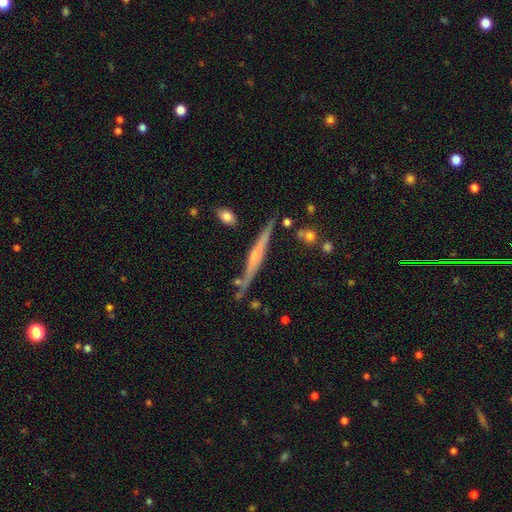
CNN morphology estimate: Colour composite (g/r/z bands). It shows a featured or disk galaxy (72%) viewed edge-on (96%) with a rounded central bulge (59%). Merging: none (80%).